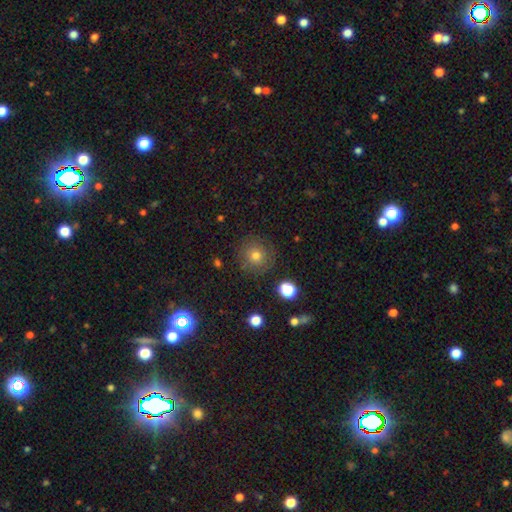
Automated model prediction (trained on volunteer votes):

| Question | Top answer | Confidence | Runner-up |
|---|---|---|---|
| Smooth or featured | smooth | 72% | star or artifact (15%) |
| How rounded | round | 93% | in between (6%) |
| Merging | none | 85% | minor disturbance (9%) |